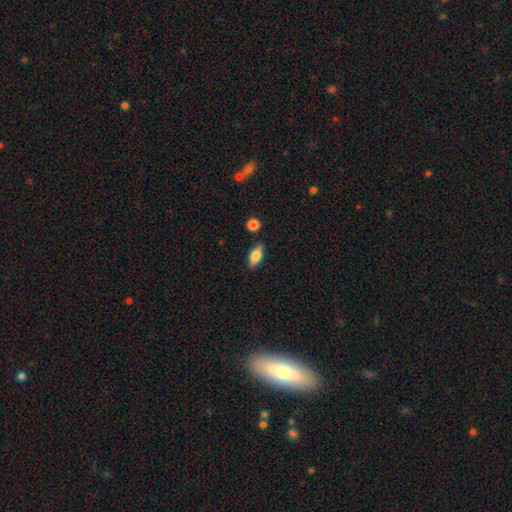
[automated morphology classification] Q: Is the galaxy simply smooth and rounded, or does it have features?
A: smooth — 75%.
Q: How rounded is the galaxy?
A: in between — 80%.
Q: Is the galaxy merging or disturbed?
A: none — 83%.